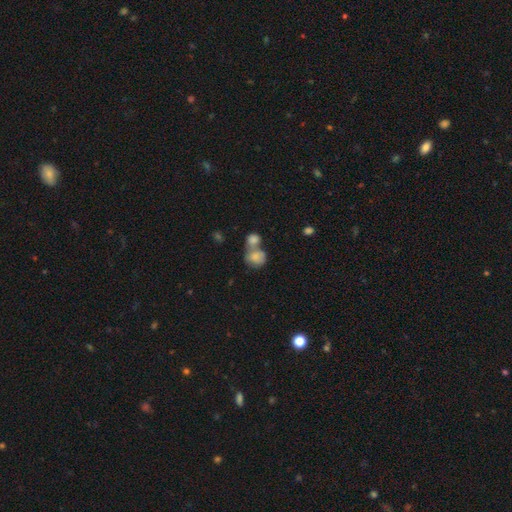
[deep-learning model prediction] This is likely a smooth galaxy (78%). How rounded: likely round (68%). Merging: likely merger (63%).